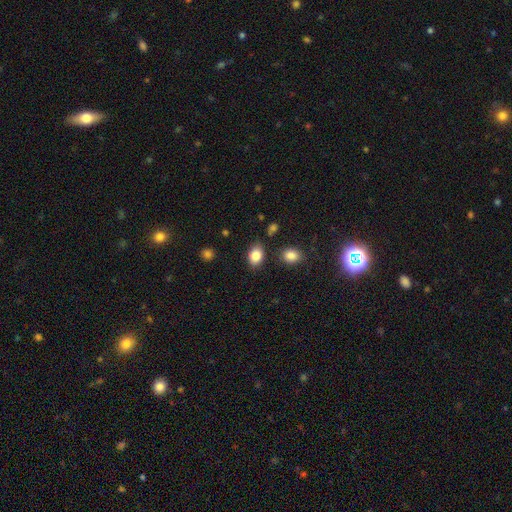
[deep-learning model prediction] A smooth galaxy with no disk features (85%) that is in between round and cigar-shaped (78%).

Vote fractions:
- Smooth or featured? smooth: 85% / star or artifact: 8% / featured or disk: 7%
- How rounded? in between: 78% / round: 21% / cigar-shaped: 1%
- Merging? none: 80% / minor disturbance: 13% / merger: 4% / major disturbance: 3%